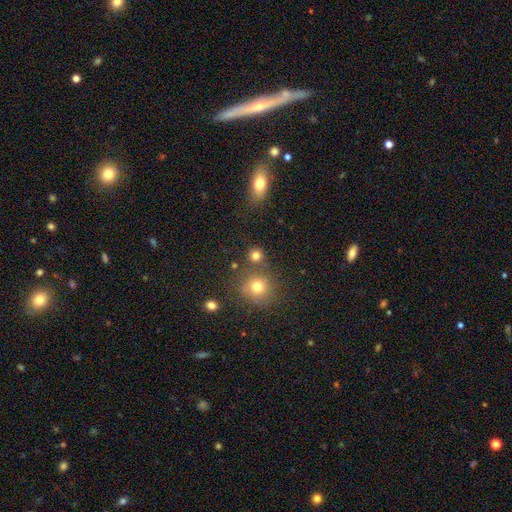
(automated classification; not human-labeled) Overall: smooth (78%). How rounded: round (88%). Merging: none (74%).